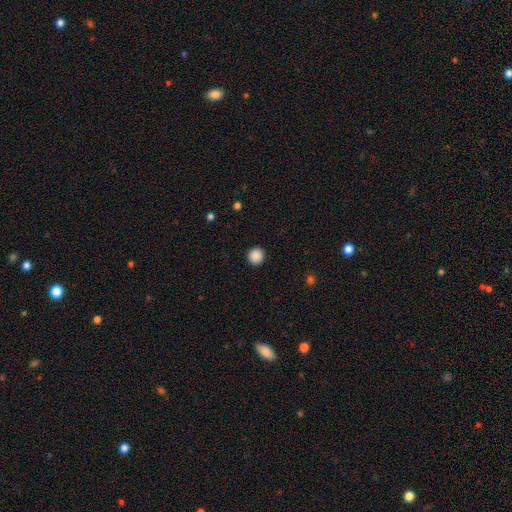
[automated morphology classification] smooth 88%, star or artifact 9%, featured or disk 2%. Down the decision tree: how rounded — round (93%); merging — none (93%).